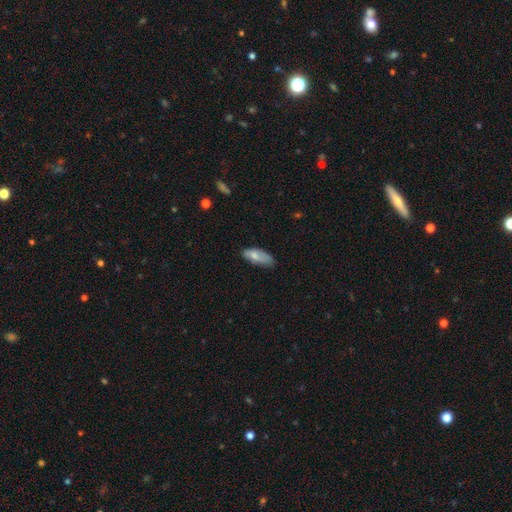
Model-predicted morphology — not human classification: Smooth or featured? Predicted: smooth (p=0.70). How rounded? Predicted: in between (p=0.82). Merging? Predicted: none (p=0.63).